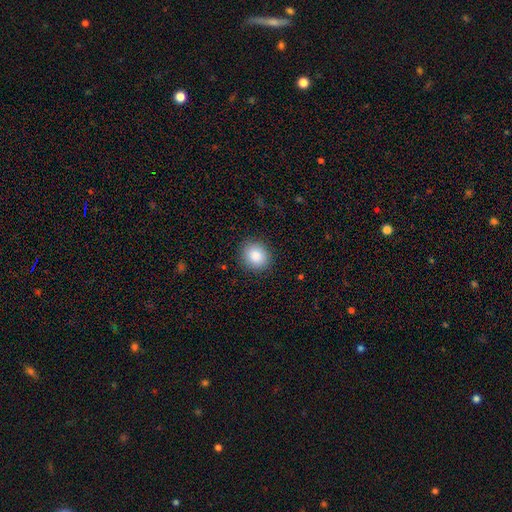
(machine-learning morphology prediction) The model was most divided on "how rounded": round: 72%, in between: 27%, cigar-shaped: 1%. More confident: merging — none (88%); smooth or featured — smooth (88%).